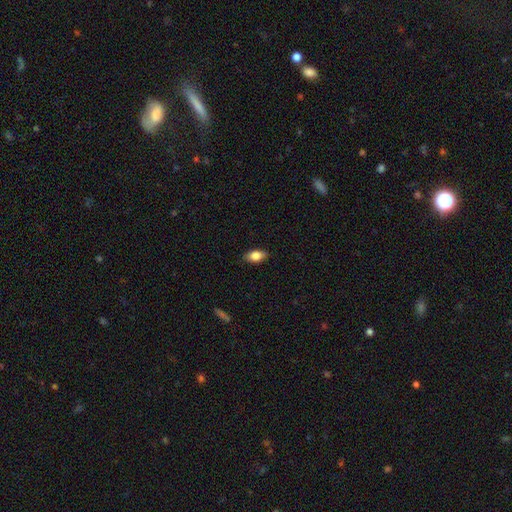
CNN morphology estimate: Overall: smooth (80%). How rounded: in between (88%). Merging: none (86%).